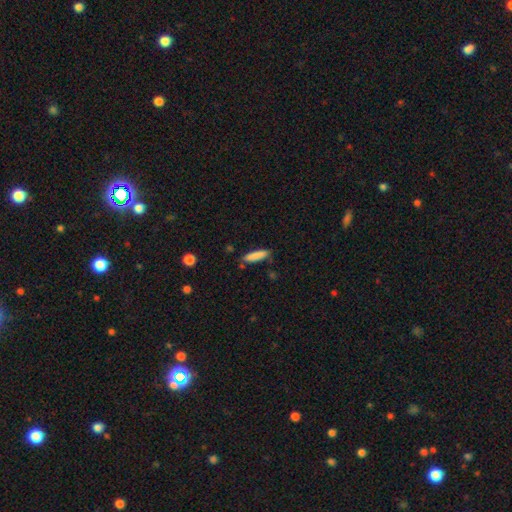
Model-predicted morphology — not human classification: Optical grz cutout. It shows a smooth galaxy with no disk features (85%) that is cigar-shaped (74%). Merging: none (82%).